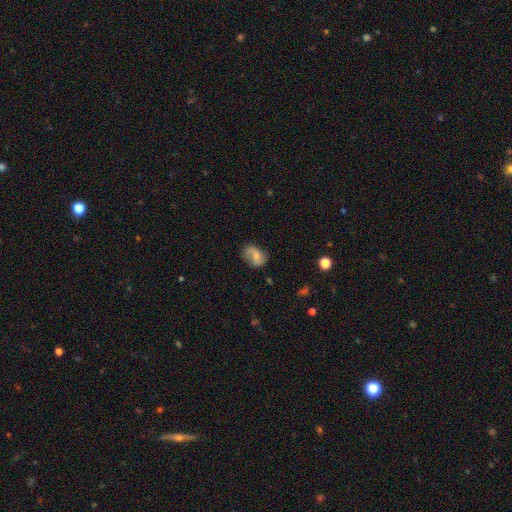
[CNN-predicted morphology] The model was most divided on "smooth or featured": featured or disk: 49%, smooth: 42%, star or artifact: 9%. More confident: merging — none (61%).